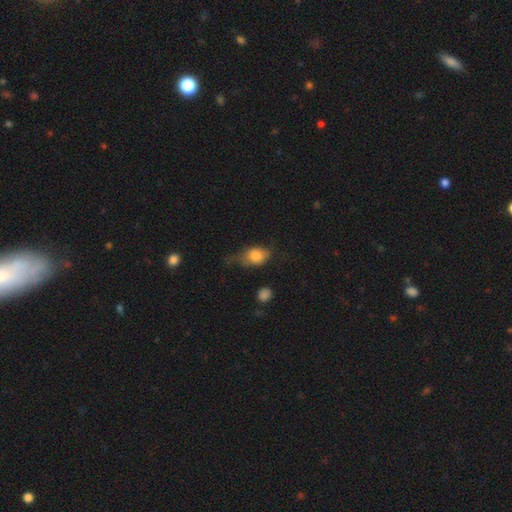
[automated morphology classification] Smooth or featured?
  - smooth: 78% *
  - featured or disk: 14%
  - star or artifact: 8%
How rounded?
  - in between: 72% *
  - round: 25%
  - cigar-shaped: 3%
Merging?
  - minor disturbance: 38% *
  - none: 34%
  - major disturbance: 24%
  - merger: 4%